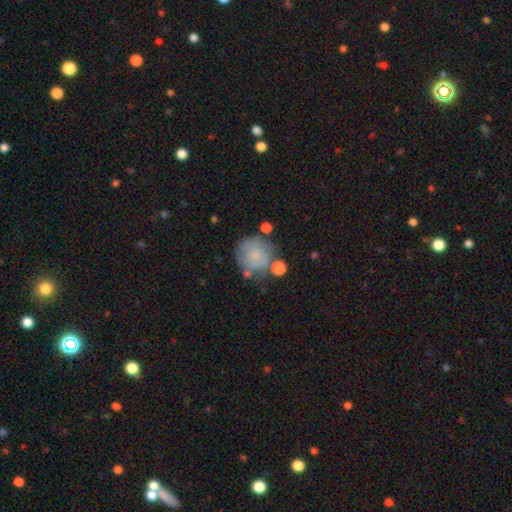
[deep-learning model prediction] Overall: smooth (67%). How rounded: round (88%). Merging: none (54%; minor disturbance 23%).